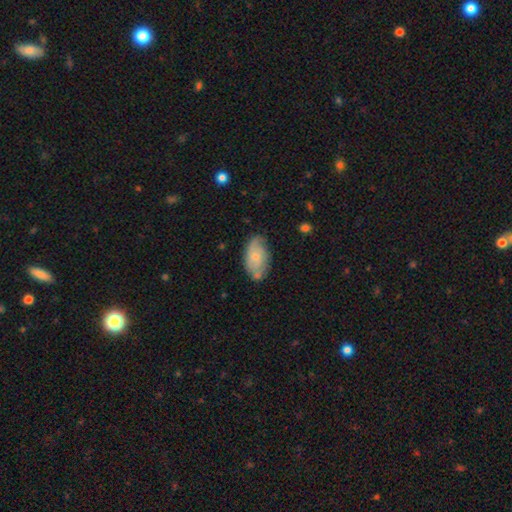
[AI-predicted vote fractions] Smooth or featured?
  - featured or disk: 47% *
  - smooth: 46%
  - star or artifact: 6%
Merging?
  - none: 61% *
  - minor disturbance: 27%
  - major disturbance: 7%
  - merger: 5%